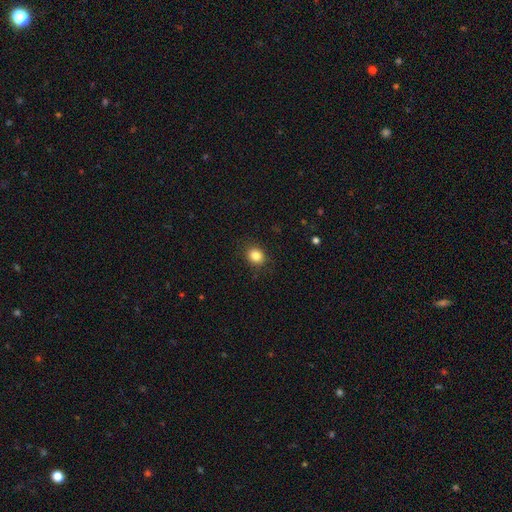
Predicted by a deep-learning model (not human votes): Q: Smooth or featured?
A: smooth (84%); runner-up: star or artifact (11%)
Q: How rounded?
A: round (65%); runner-up: in between (34%)
Q: Merging?
A: none (87%); runner-up: minor disturbance (10%)